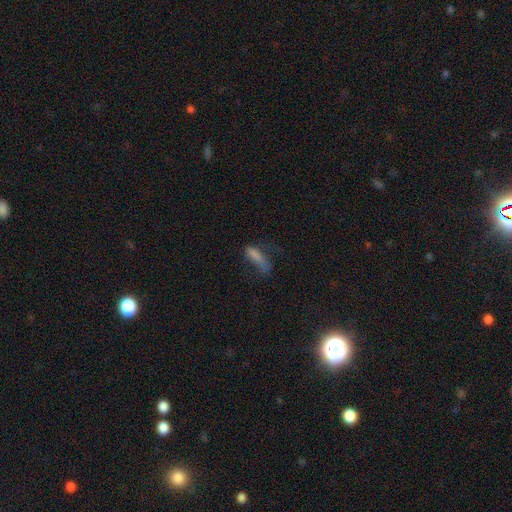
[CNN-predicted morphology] A smooth galaxy with no disk features (59%) that is cigar-shaped (55%).

Vote fractions:
- Smooth or featured? smooth: 59% / featured or disk: 22% / star or artifact: 19%
- How rounded? cigar-shaped: 55% / in between: 41% / round: 4%
- Merging? none: 37% / major disturbance: 33% / minor disturbance: 26% / merger: 4%